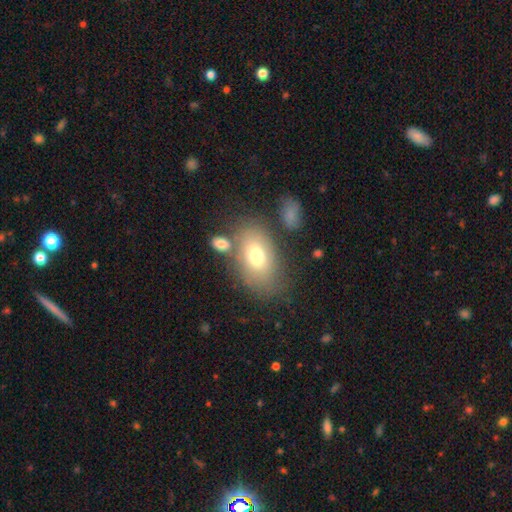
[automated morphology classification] This appears to be a smooth galaxy with no disk features (70%) that is in between round and cigar-shaped (86%). Merging: none (65%).